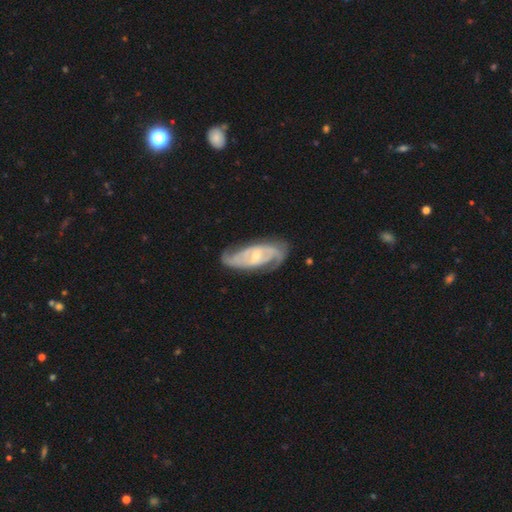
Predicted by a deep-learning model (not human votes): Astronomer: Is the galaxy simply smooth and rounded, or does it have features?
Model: featured or disk — 87%.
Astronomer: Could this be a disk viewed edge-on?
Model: no — 94%.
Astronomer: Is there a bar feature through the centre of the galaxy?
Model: no — 44% (runner-up: weak, 41%).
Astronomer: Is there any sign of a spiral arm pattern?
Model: yes — 96%.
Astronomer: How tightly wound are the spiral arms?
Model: tight — 47% (runner-up: medium, 42%).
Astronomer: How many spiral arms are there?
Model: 2 — 71%.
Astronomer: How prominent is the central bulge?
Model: small — 60% (runner-up: moderate, 36%).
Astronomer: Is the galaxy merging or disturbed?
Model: none — 72%.